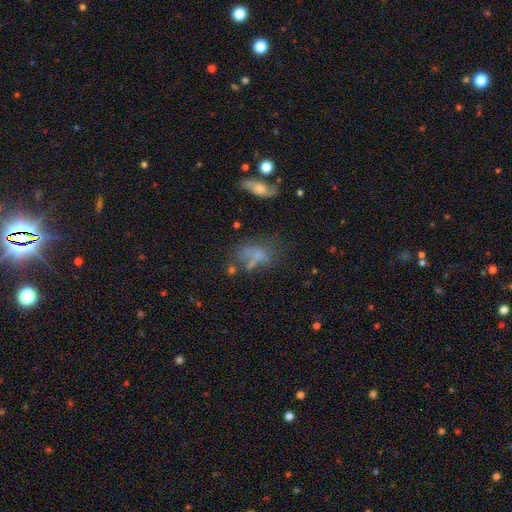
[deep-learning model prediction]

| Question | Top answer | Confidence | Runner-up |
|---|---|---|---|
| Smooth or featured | smooth | 52% | featured or disk (31%) |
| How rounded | in between | 78% | round (15%) |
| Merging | none | 35% | major disturbance (29%) |